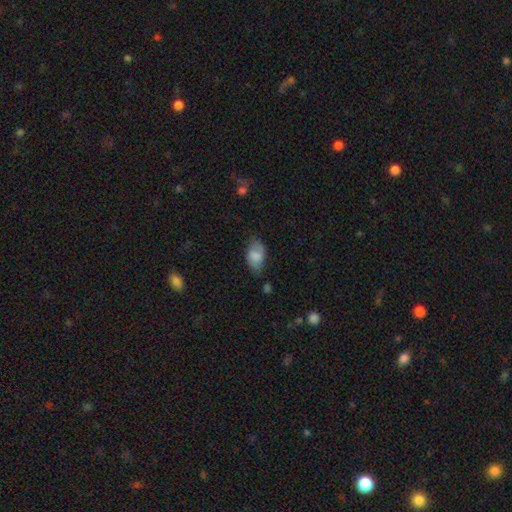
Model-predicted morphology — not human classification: smooth-or-featured: smooth: 77% | featured or disk: 16% | star or artifact: 7%
  how-rounded: in between: 92% | round: 6% | cigar-shaped: 2%
  merging: none: 62% | minor disturbance: 29% | major disturbance: 7% | merger: 2%